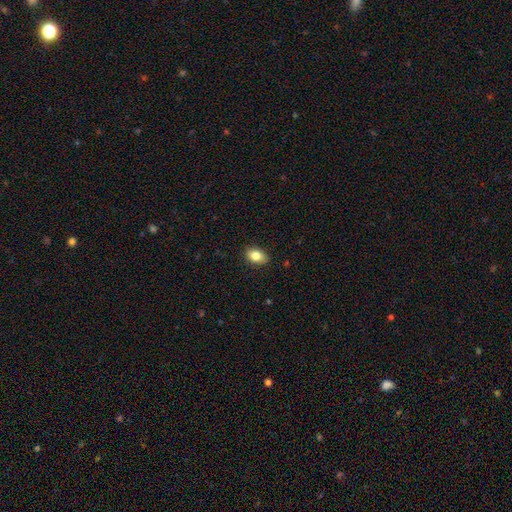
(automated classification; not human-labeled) Q: Smooth or featured?
A: smooth (83%); runner-up: featured or disk (9%)
Q: How rounded?
A: in between (81%); runner-up: round (17%)
Q: Merging?
A: none (86%); runner-up: minor disturbance (11%)